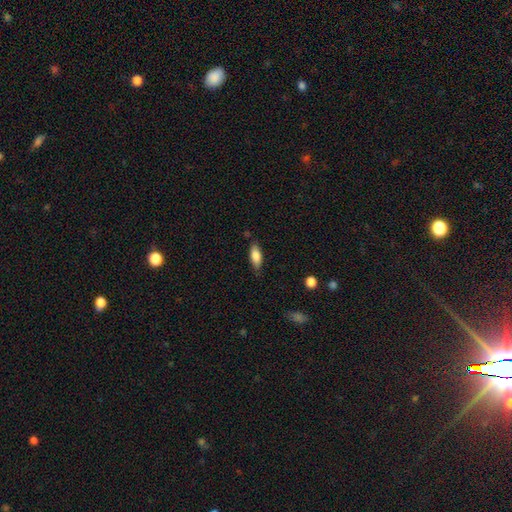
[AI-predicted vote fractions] A smooth galaxy with no disk features (82%) that is in between round and cigar-shaped (77%). Merging: none (78%).